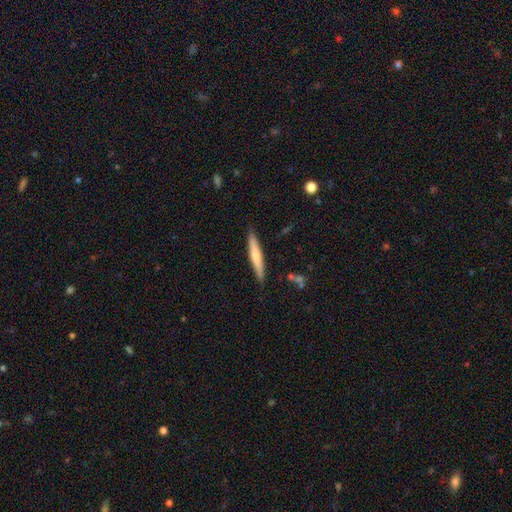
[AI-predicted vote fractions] smooth 57%, featured or disk 37%, star or artifact 6%. Down the decision tree: how rounded — cigar-shaped (92%); merging — none (87%).